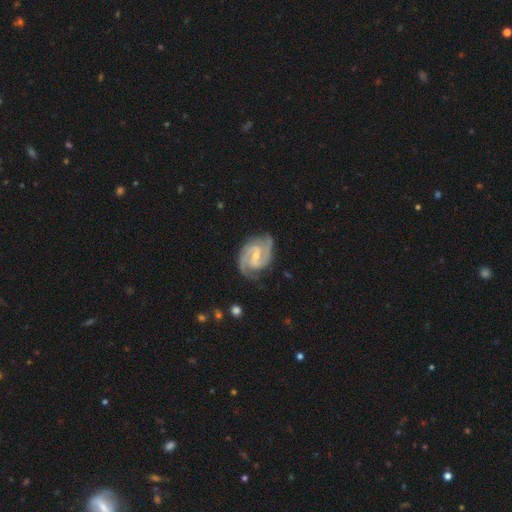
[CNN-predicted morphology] The model was most divided on "bulge size": small: 49%, moderate: 47%, none: 2%, large: 1%, dominant: 1%. Remaining: spiral arms — yes (98%); edge-on disk — no (98%); smooth or featured — featured or disk (92%); spiral arm count — 2 (82%); merging — none (76%); bar — weak (55%); spiral winding — medium (49%).